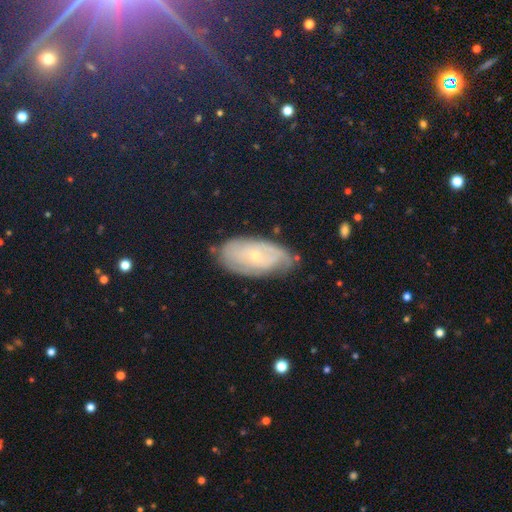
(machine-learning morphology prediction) Overall: featured or disk (63%; smooth 26%). Edge-on disk: no (92%). Bar: no (70%). Spiral arms: yes (82%). Bulge size: small (78%). Merging: none (70%).